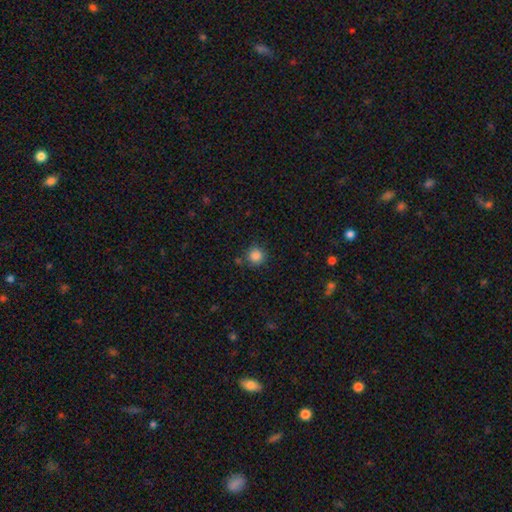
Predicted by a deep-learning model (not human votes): Overall: smooth (86%). How rounded: round (94%). Merging: none (85%).